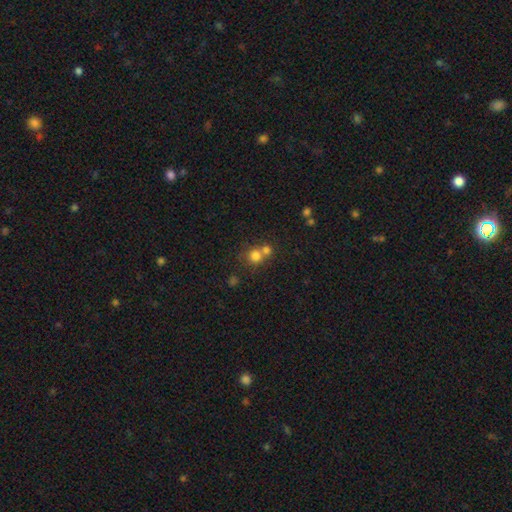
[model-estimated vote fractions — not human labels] Smooth or featured?
  - smooth: 76% *
  - star or artifact: 13%
  - featured or disk: 11%
How rounded?
  - round: 86% *
  - in between: 13%
  - cigar-shaped: 1%
Merging?
  - merger: 47% *
  - none: 44%
  - minor disturbance: 6%
  - major disturbance: 3%